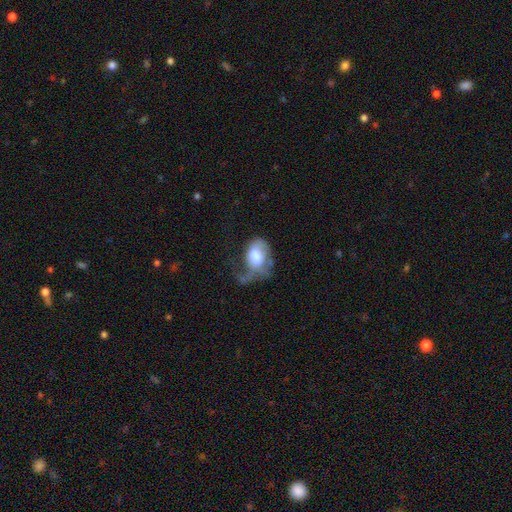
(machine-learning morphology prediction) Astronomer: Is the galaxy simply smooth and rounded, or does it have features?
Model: smooth — 59%.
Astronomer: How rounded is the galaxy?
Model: in between — 82%.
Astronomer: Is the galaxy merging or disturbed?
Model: major disturbance — 54%.